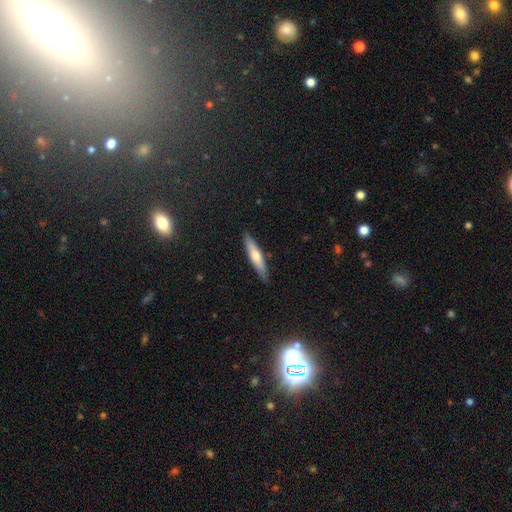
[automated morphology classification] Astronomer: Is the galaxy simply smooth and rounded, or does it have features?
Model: smooth — 58% (runner-up: featured or disk, 37%).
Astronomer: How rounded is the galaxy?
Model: cigar-shaped — 85%.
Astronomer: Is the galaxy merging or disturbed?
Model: none — 86%.